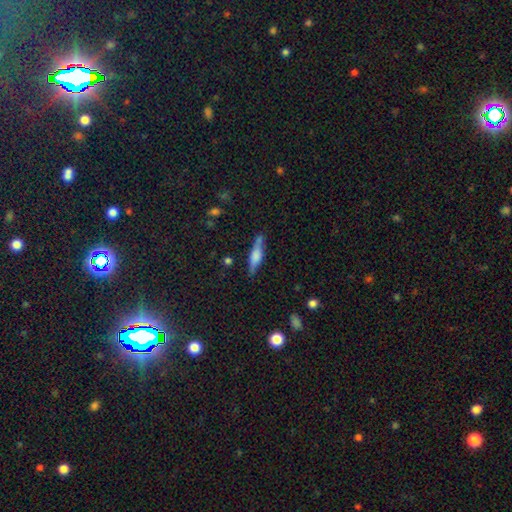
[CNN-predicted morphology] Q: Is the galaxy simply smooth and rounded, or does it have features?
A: smooth — 46%, tied with featured or disk.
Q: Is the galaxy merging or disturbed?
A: none — 79%.